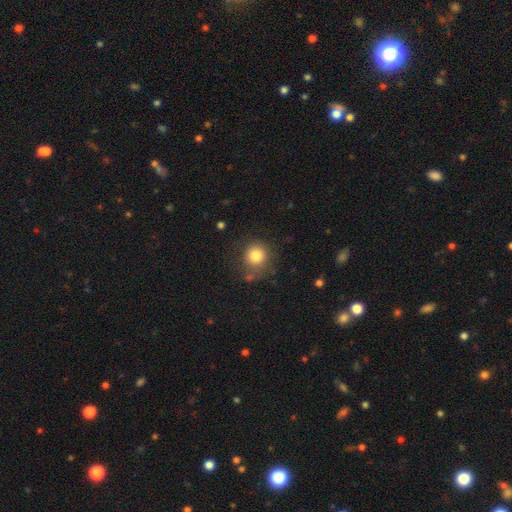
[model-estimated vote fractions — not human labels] A smooth galaxy with no disk features (82%) that is round (91%).

Vote fractions:
- Smooth or featured? smooth: 82% / star or artifact: 11% / featured or disk: 8%
- How rounded? round: 91% / in between: 8% / cigar-shaped: 1%
- Merging? none: 75% / minor disturbance: 15% / major disturbance: 6% / merger: 4%